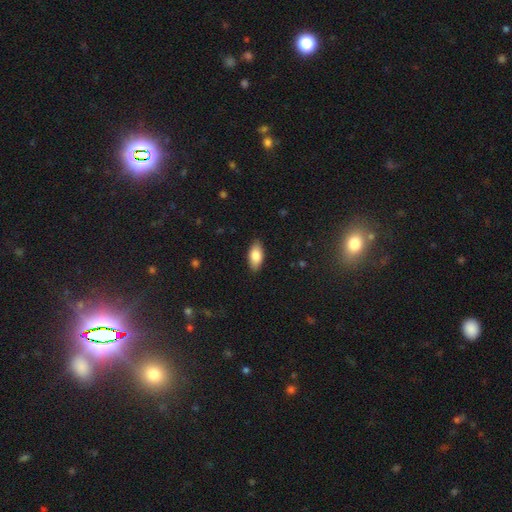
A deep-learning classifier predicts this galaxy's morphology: smooth-or-featured: smooth: 83% | featured or disk: 10% | star or artifact: 7%
  how-rounded: in between: 91% | cigar-shaped: 7% | round: 3%
  merging: none: 87% | minor disturbance: 10% | major disturbance: 2% | merger: 1%